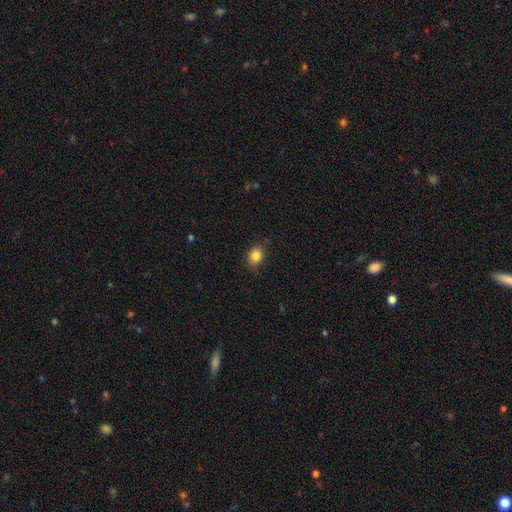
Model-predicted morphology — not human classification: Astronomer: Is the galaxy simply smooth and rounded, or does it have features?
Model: smooth — 85%.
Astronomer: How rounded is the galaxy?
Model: in between — 51% (runner-up: round, 48%).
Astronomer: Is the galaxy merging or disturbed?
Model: none — 82%.